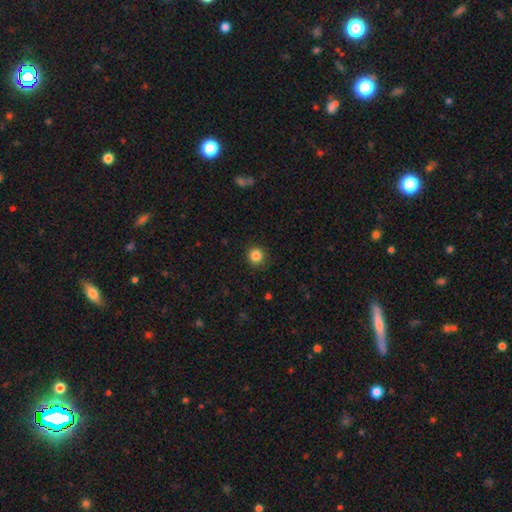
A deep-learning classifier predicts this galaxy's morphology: A smooth galaxy with no disk features (85%) that is round (94%). Merging: none (91%).